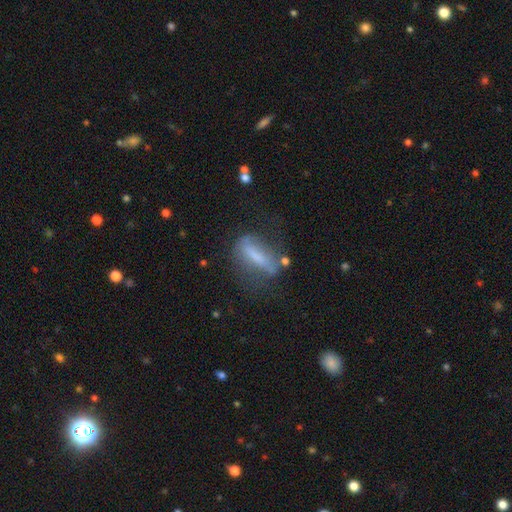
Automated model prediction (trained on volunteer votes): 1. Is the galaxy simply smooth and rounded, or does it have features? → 46% smooth, 42% featured or disk, 12% star or artifact.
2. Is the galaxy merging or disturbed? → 51% none, 24% minor disturbance, 20% major disturbance, 5% merger.